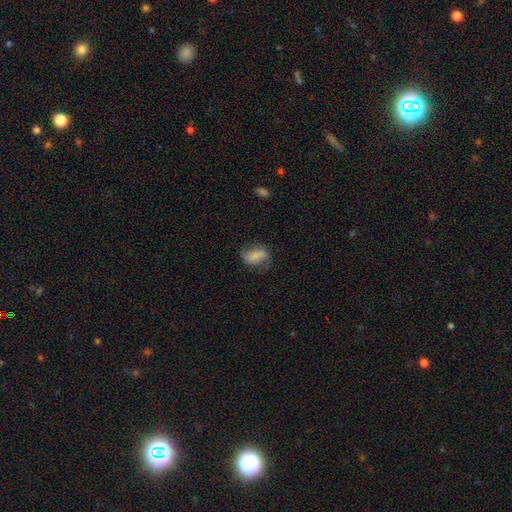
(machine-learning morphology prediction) The model was most divided on "merging": none: 59%, minor disturbance: 26%, major disturbance: 14%, merger: 2%. More confident: how rounded — in between (81%); smooth or featured — smooth (62%).